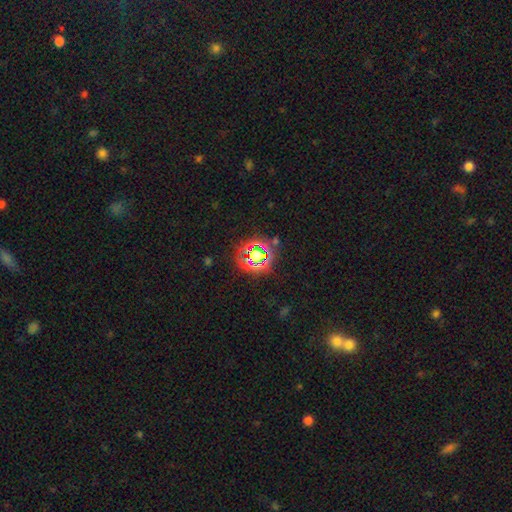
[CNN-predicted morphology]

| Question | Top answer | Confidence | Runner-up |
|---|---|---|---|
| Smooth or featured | star or artifact | 60% | smooth (27%) |